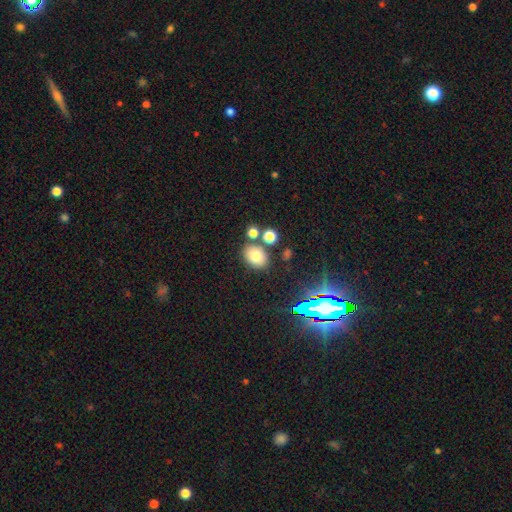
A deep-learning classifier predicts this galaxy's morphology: Smooth or featured? smooth (76%)
How rounded? in between (63%)
Merging? none (74%)